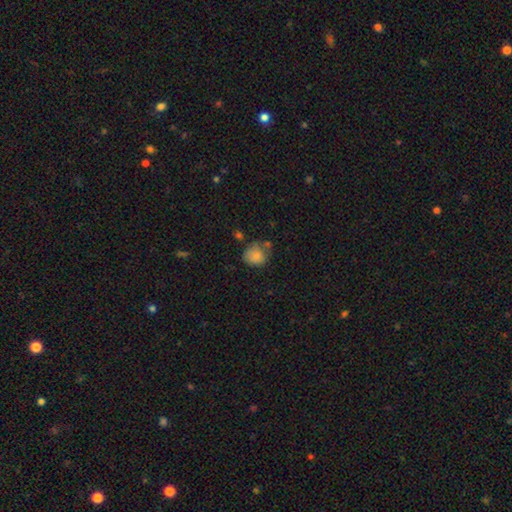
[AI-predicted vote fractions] smooth 82%, star or artifact 9%, featured or disk 8%. Down the decision tree: how rounded — round (73%); merging — none (52%).